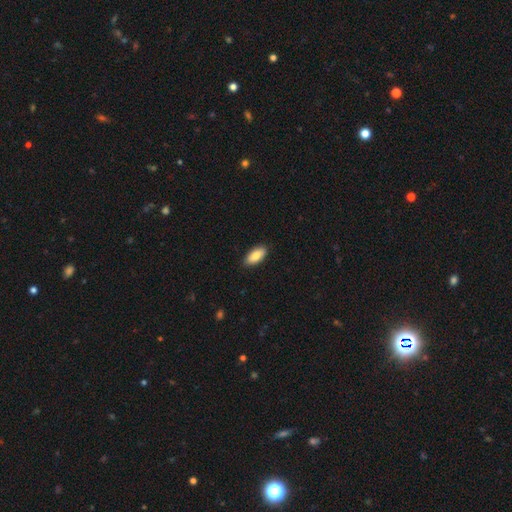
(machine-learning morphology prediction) Smooth or featured: smooth — 86% (featured or disk — 8%)
How rounded: in between — 89% (cigar-shaped — 9%)
Merging: none — 89% (minor disturbance — 8%)